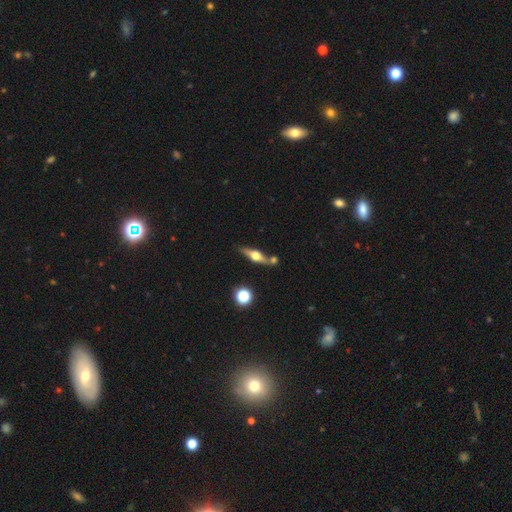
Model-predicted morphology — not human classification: type=featured or disk (66%); edge-on=yes (94%); edge-on bulge=rounded (95%); merging=none (72%).